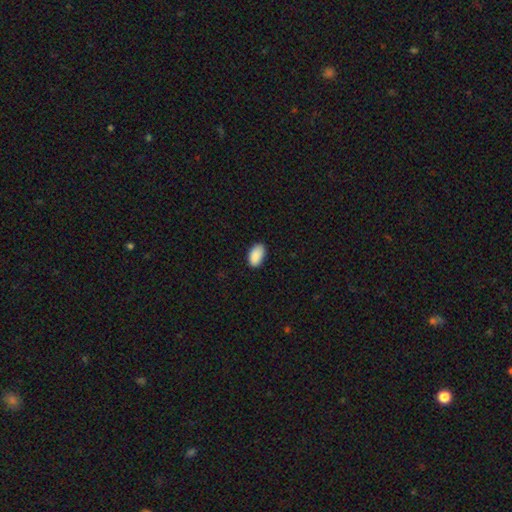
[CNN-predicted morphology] This appears to be a smooth galaxy with no disk features (90%) that is in between round and cigar-shaped (94%). Merging: none (84%).